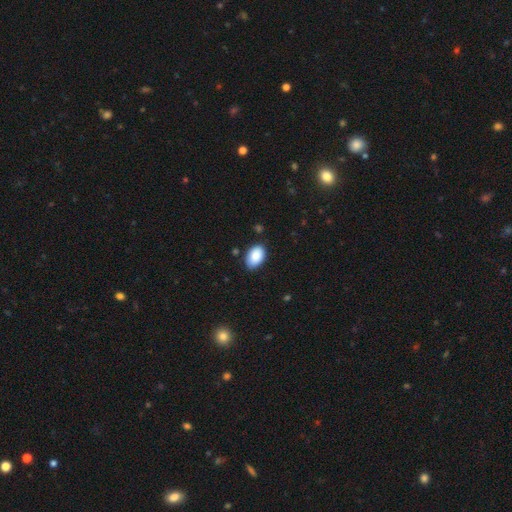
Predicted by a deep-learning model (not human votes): Smooth or featured? Predicted: smooth (p=0.88). How rounded? Predicted: in between (p=0.91). Merging? Predicted: none (p=0.81).